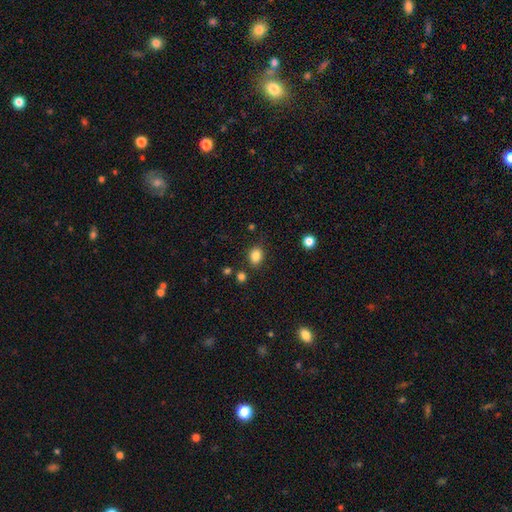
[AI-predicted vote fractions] A smooth galaxy with no disk features (84%) that is in between round and cigar-shaped (55%).

Vote fractions:
- Smooth or featured? smooth: 84% / star or artifact: 11% / featured or disk: 5%
- How rounded? in between: 55% / round: 44% / cigar-shaped: 1%
- Merging? none: 82% / minor disturbance: 11% / merger: 4% / major disturbance: 3%